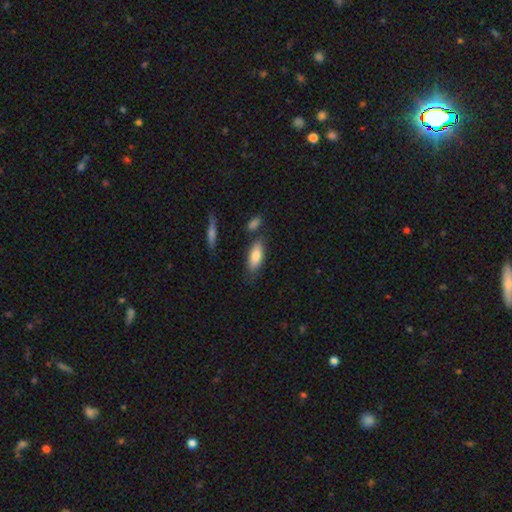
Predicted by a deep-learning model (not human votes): Smooth or featured? smooth (79%)
How rounded? in between (72%)
Merging? none (72%)